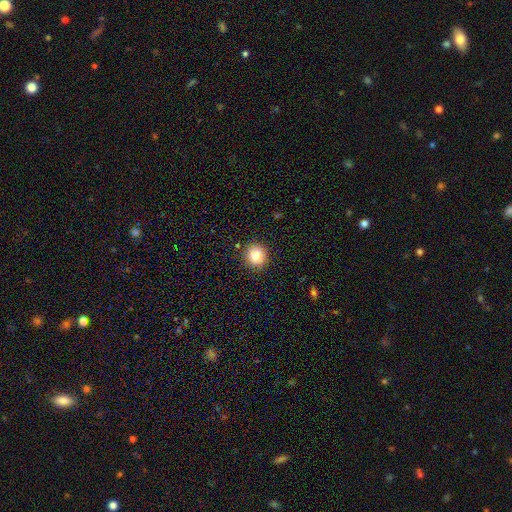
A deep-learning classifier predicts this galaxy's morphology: A smooth galaxy with no disk features (81%) that is round (89%).

Vote fractions:
- Smooth or featured? smooth: 81% / star or artifact: 10% / featured or disk: 8%
- How rounded? round: 89% / in between: 10% / cigar-shaped: 1%
- Merging? none: 88% / minor disturbance: 8% / major disturbance: 2% / merger: 2%